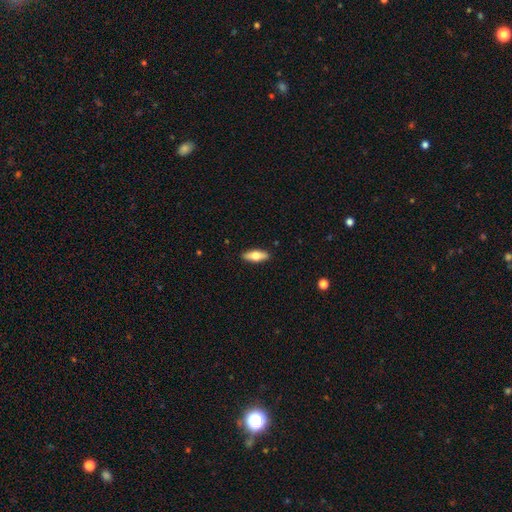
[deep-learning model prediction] smooth 68%, featured or disk 26%, star or artifact 6%. Down the decision tree: how rounded — in between (68%); merging — none (90%).